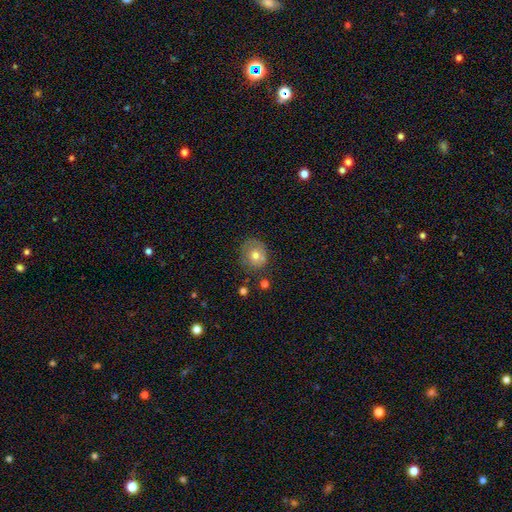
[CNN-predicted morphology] smooth 68%, featured or disk 22%, star or artifact 10%. Down the decision tree: how rounded — round (77%); merging — none (63%).